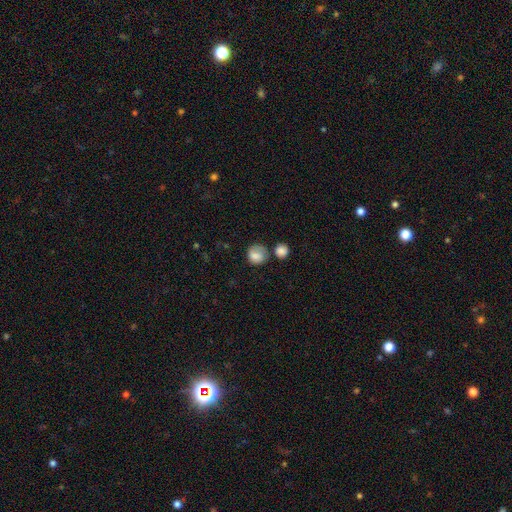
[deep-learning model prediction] Smooth or featured: smooth — 79% (featured or disk — 12%)
How rounded: round — 72% (in between — 26%)
Merging: none — 47% (minor disturbance — 23%)